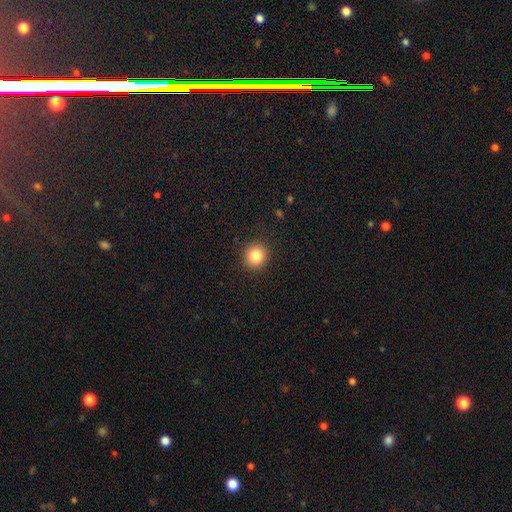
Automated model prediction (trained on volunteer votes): Smooth or featured? smooth (83%)
How rounded? round (89%)
Merging? none (91%)